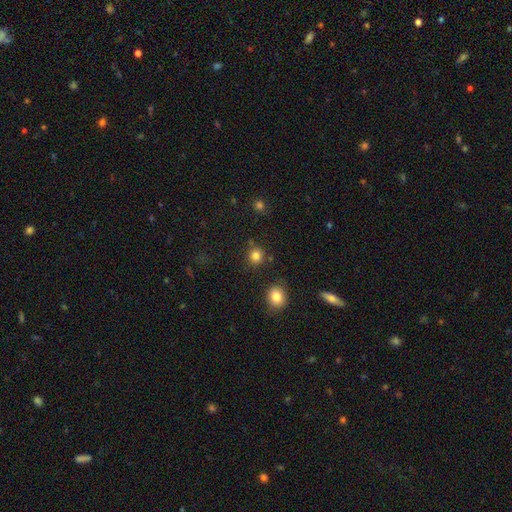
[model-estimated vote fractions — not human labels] Smooth or featured? smooth (83%)
How rounded? round (90%)
Merging? none (86%)